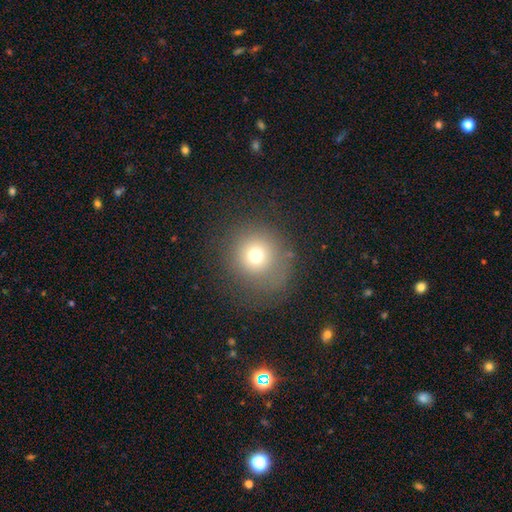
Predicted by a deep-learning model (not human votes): A smooth galaxy with no disk features (70%) that is round (91%). Merging: none (77%).